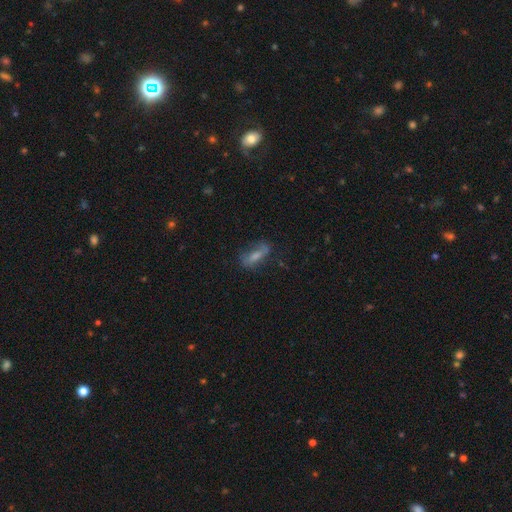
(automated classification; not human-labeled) Smooth or featured: smooth — 57% (featured or disk — 33%)
How rounded: in between — 62% (cigar-shaped — 34%)
Merging: none — 56% (minor disturbance — 26%)